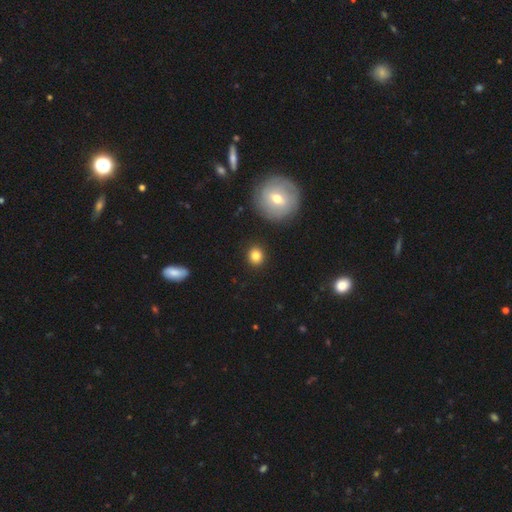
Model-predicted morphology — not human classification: The model was most divided on "how rounded": round: 85%, in between: 14%, cigar-shaped: 1%. More confident: merging — none (90%); smooth or featured — smooth (82%).